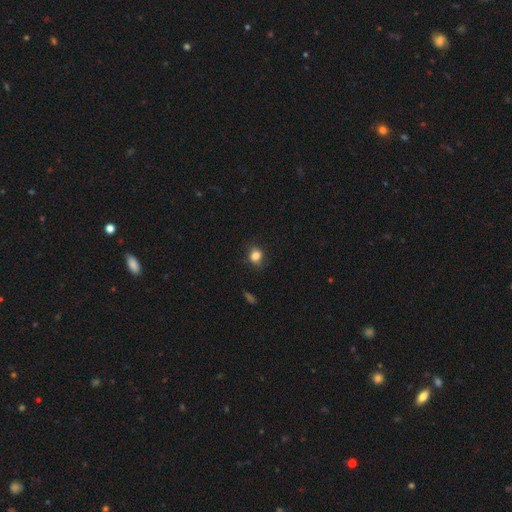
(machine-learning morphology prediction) Q: Smooth or featured?
A: smooth (83%); runner-up: star or artifact (11%)
Q: How rounded?
A: round (63%); runner-up: in between (36%)
Q: Merging?
A: none (79%); runner-up: minor disturbance (16%)